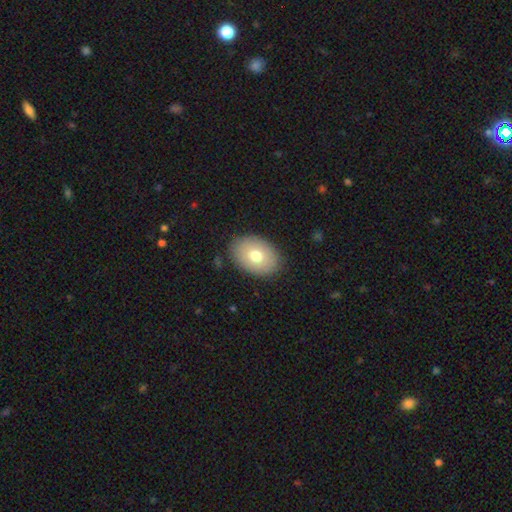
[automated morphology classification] Q: Smooth or featured?
A: smooth (73%); runner-up: featured or disk (19%)
Q: How rounded?
A: in between (81%); runner-up: round (18%)
Q: Merging?
A: none (87%); runner-up: minor disturbance (9%)